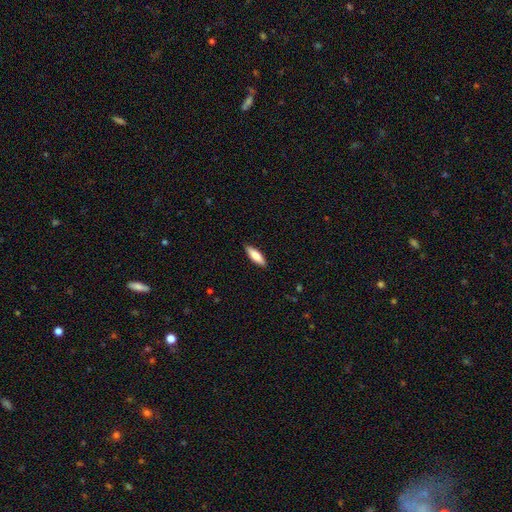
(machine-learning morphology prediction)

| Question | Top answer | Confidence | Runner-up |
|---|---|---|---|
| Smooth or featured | smooth | 80% | featured or disk (14%) |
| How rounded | in between | 50% | cigar-shaped (48%) |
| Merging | none | 89% | minor disturbance (8%) |